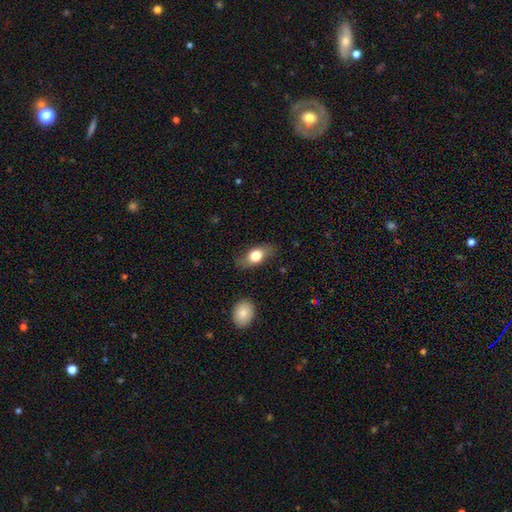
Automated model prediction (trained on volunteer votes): smooth_or_featured: smooth (p=0.72) [alt: featured or disk p=0.21]
how_rounded: in between (p=0.82) [alt: round p=0.12]
merging: none (p=0.77) [alt: minor disturbance p=0.17]